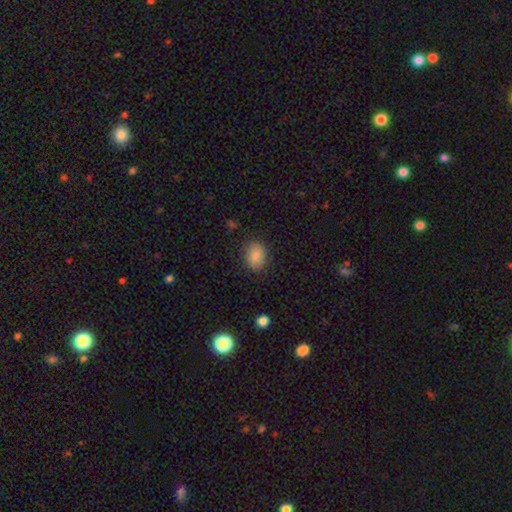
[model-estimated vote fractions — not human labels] Q: Smooth or featured?
A: smooth (86%); runner-up: star or artifact (8%)
Q: How rounded?
A: in between (61%); runner-up: round (38%)
Q: Merging?
A: none (83%); runner-up: minor disturbance (13%)